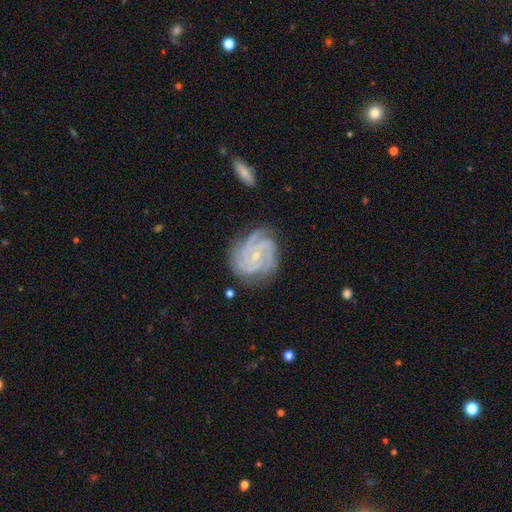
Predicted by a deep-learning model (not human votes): Smooth or featured?
  - featured or disk: 90% *
  - star or artifact: 6%
  - smooth: 5%
Edge-on disk?
  - no: 98% *
  - yes: 2%
Bar?
  - no: 72% *
  - weak: 21%
  - strong: 7%
Spiral arms?
  - yes: 98% *
  - no: 2%
Spiral winding?
  - tight: 72% *
  - medium: 24%
  - loose: 3%
Spiral arm count?
  - 4: 36% *
  - 3: 33%
  - can't tell: 10%
  - 2: 8%
  - more than 4: 7%
  - 1: 6%
Bulge size?
  - small: 79% *
  - moderate: 18%
  - none: 1%
  - large: 1%
  - dominant: 1%
Merging?
  - none: 78% *
  - minor disturbance: 16%
  - major disturbance: 5%
  - merger: 2%